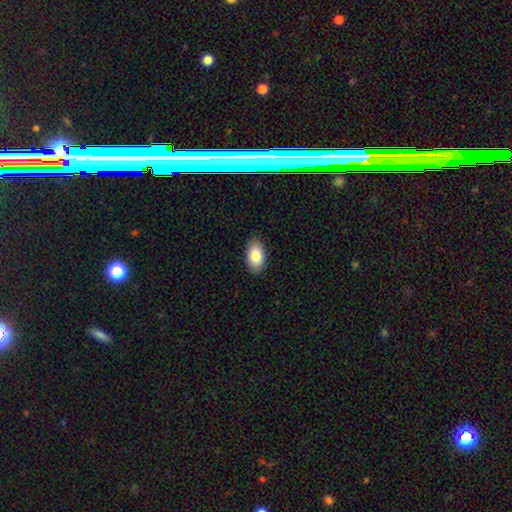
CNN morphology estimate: The model was most divided on "smooth or featured": smooth: 83%, featured or disk: 10%, star or artifact: 7%. More confident: how rounded — in between (93%); merging — none (89%).